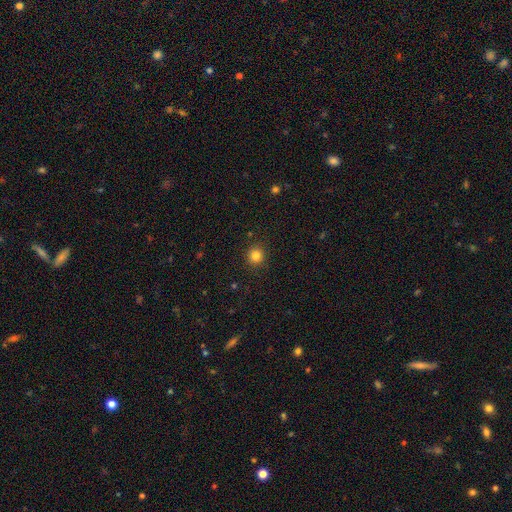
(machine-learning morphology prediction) type=smooth (83%); roundness=round (92%); merging=none (91%).